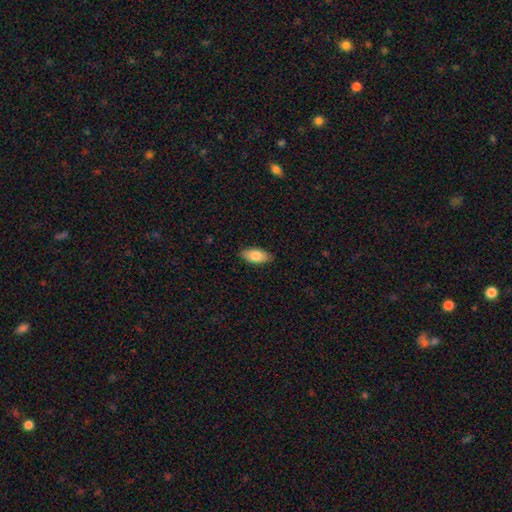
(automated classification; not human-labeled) Smooth or featured: smooth — 82% (featured or disk — 12%)
How rounded: in between — 91% (cigar-shaped — 7%)
Merging: none — 88% (minor disturbance — 10%)